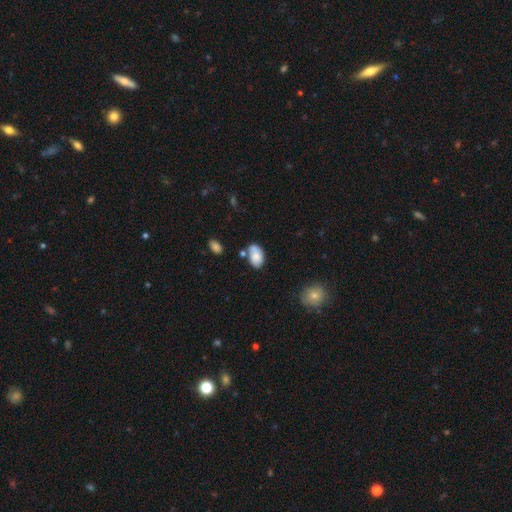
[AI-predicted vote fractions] Smooth or featured?
  - smooth: 78% *
  - featured or disk: 14%
  - star or artifact: 8%
How rounded?
  - in between: 91% *
  - round: 8%
  - cigar-shaped: 1%
Merging?
  - none: 54% *
  - minor disturbance: 24%
  - merger: 15%
  - major disturbance: 6%